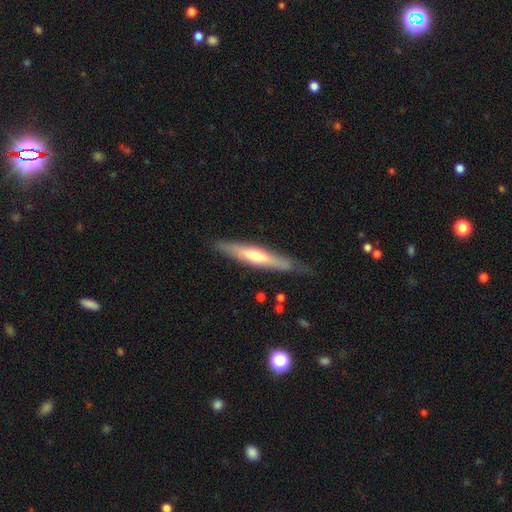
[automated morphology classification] Smooth or featured? Predicted: featured or disk (p=0.52). Edge-on disk? Predicted: yes (p=0.88). Merging? Predicted: none (p=0.79).